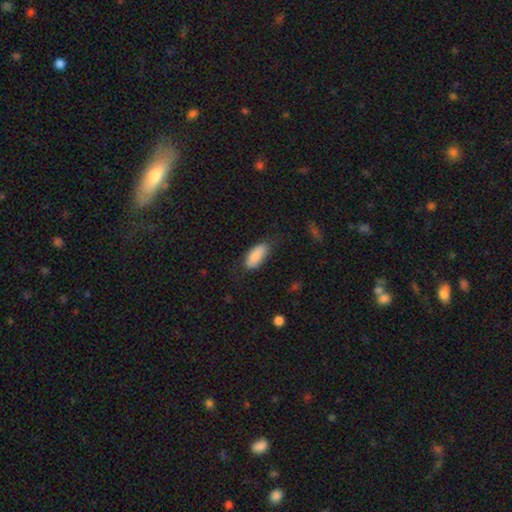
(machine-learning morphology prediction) This appears to be a smooth galaxy with no disk features (87%) that is in between round and cigar-shaped (88%). Merging: none (69%).